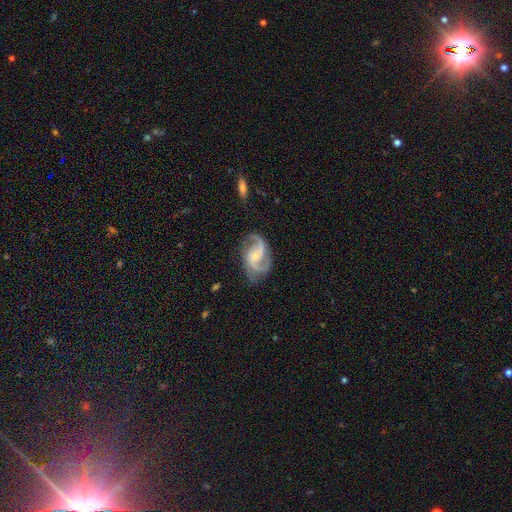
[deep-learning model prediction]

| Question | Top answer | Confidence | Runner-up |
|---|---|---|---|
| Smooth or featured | featured or disk | 90% | smooth (6%) |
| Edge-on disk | no | 98% | yes (2%) |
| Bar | no | 51% | weak (38%) |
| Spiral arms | yes | 98% | no (2%) |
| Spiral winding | medium | 53% | loose (33%) |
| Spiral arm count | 2 | 87% | 3 (5%) |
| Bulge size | small | 68% | moderate (24%) |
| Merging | none | 72% | minor disturbance (18%) |